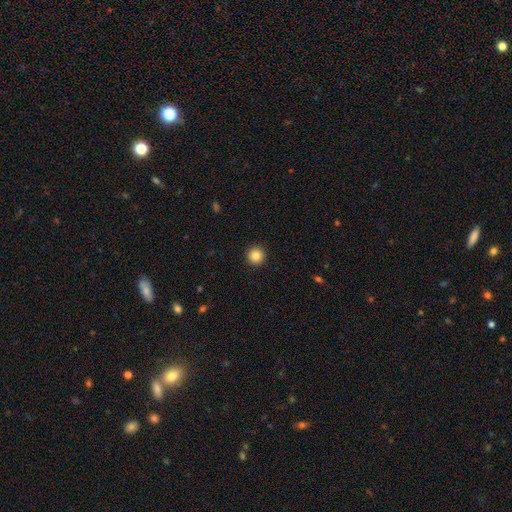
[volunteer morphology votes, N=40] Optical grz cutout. It shows a smooth galaxy with no disk features (92%) that is round (100%). Merging: none (100%).